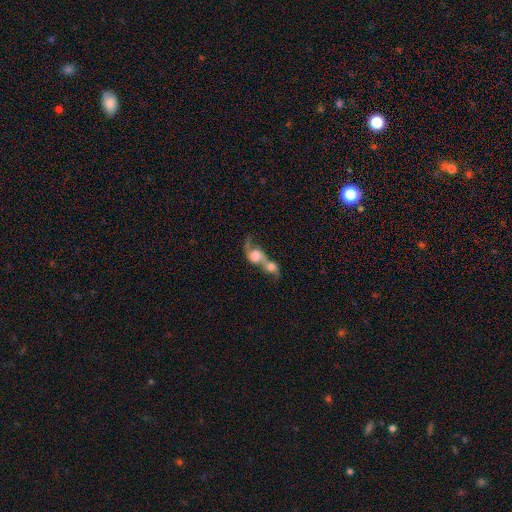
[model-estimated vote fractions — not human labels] The model was most divided on "smooth or featured": featured or disk: 49%, smooth: 40%, star or artifact: 10%. More confident: merging — merger (84%).